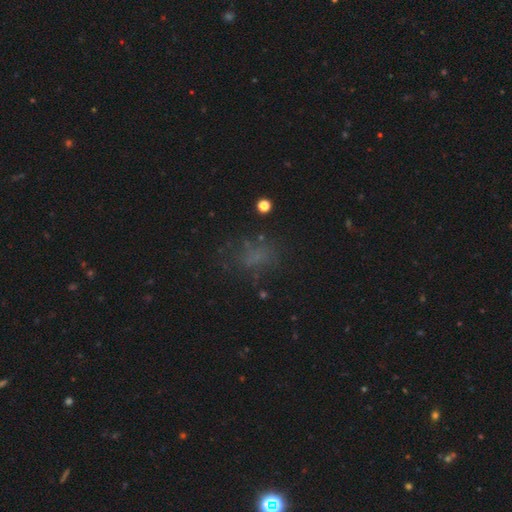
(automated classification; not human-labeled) The model was most divided on "smooth or featured": smooth: 52%, star or artifact: 28%, featured or disk: 20%. More confident: how rounded — in between (62%); merging — none (59%).